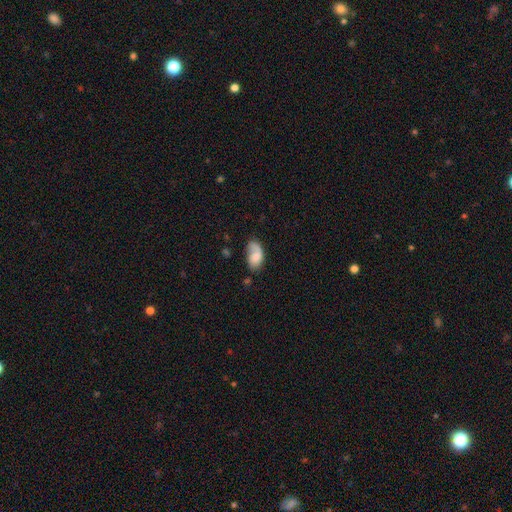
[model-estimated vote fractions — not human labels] Smooth or featured? Predicted: smooth (p=0.65). How rounded? Predicted: in between (p=0.92). Merging? Predicted: none (p=0.45).